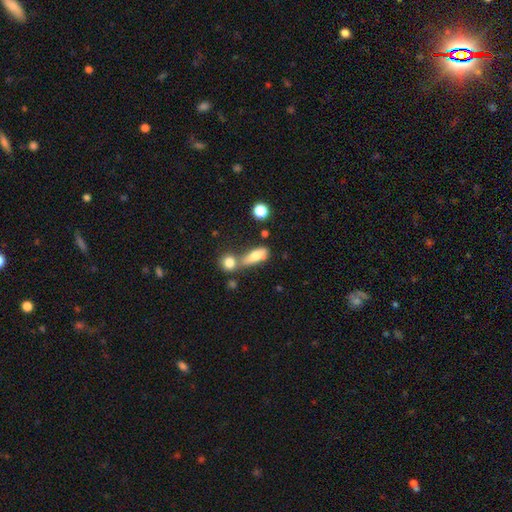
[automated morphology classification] Smooth or featured: smooth — 69% (featured or disk — 22%)
How rounded: in between — 67% (cigar-shaped — 26%)
Merging: merger — 39% (tied with none — 39%)